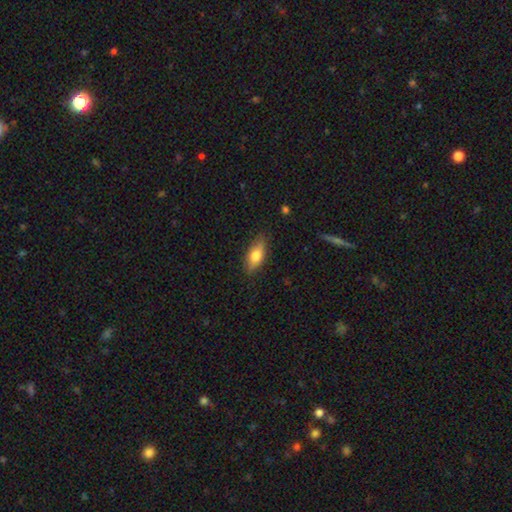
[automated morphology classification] A smooth galaxy with no disk features (72%) that is in between round and cigar-shaped (79%).

Vote fractions:
- Smooth or featured? smooth: 72% / featured or disk: 21% / star or artifact: 7%
- How rounded? in between: 79% / cigar-shaped: 17% / round: 4%
- Merging? none: 83% / minor disturbance: 14% / major disturbance: 3% / merger: 1%